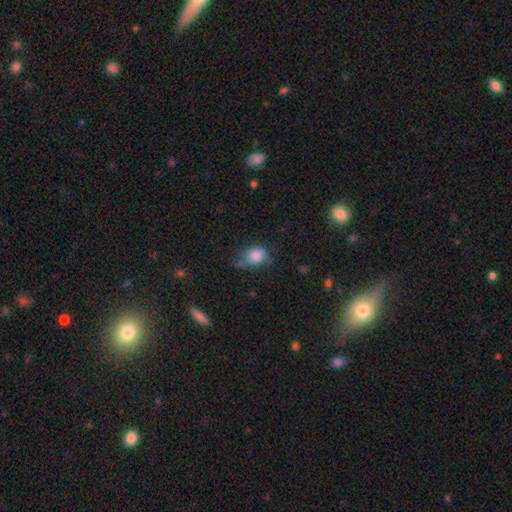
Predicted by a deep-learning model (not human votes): The model was most divided on "how rounded": in between: 54%, round: 44%, cigar-shaped: 1%. Remaining: smooth or featured — smooth (82%); merging — none (50%).